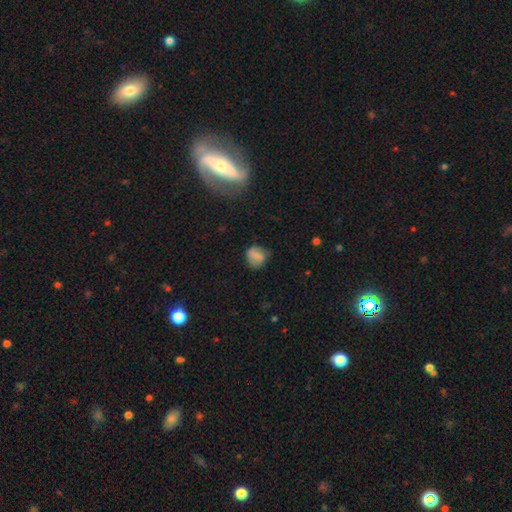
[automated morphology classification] The model was most divided on "how rounded": round: 66%, in between: 33%, cigar-shaped: 2%. More confident: smooth or featured — smooth (70%); merging — none (65%).